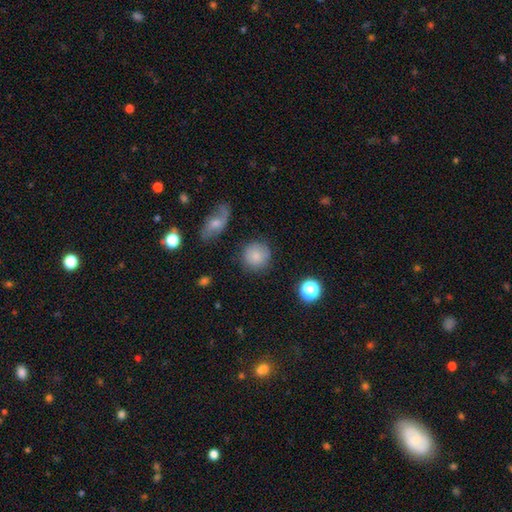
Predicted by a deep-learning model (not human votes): The model was most divided on "merging": none: 81%, minor disturbance: 11%, major disturbance: 4%, merger: 4%. More confident: how rounded — round (90%); smooth or featured — smooth (82%).